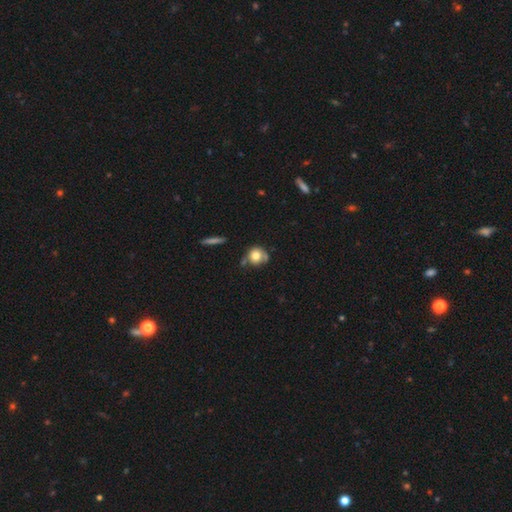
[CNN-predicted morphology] smooth_or_featured: smooth (p=0.73) [alt: featured or disk p=0.18]
how_rounded: round (p=0.84) [alt: in between p=0.14]
merging: none (p=0.58) [alt: minor disturbance p=0.23]